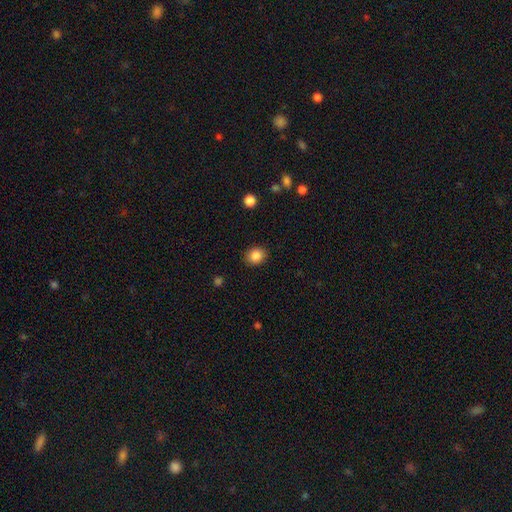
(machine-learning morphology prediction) Smooth or featured? Predicted: smooth (p=0.86). How rounded? Predicted: round (p=0.65). Merging? Predicted: none (p=0.88).